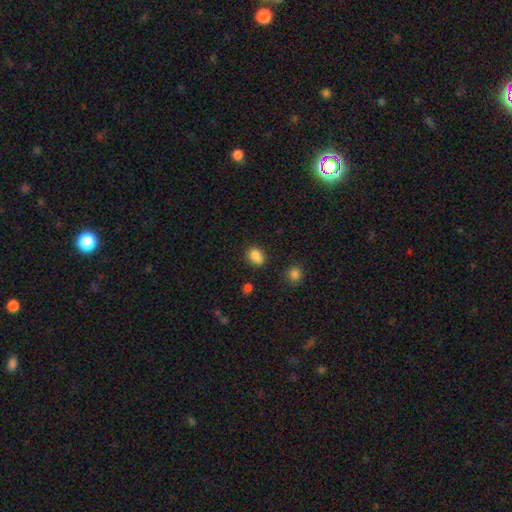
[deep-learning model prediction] Smooth or featured? Predicted: smooth (p=0.84). How rounded? Predicted: in between (p=0.61). Merging? Predicted: none (p=0.69).